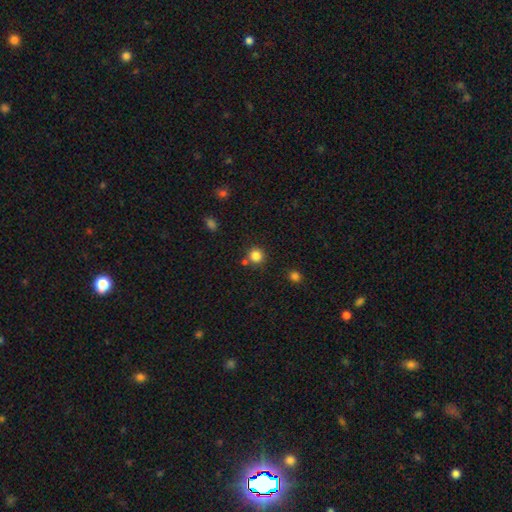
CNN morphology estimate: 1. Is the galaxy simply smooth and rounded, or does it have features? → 83% smooth, 12% star or artifact, 4% featured or disk.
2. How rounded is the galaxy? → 92% round, 7% in between, 1% cigar-shaped.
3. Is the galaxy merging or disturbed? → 77% none, 11% merger, 9% minor disturbance, 3% major disturbance.